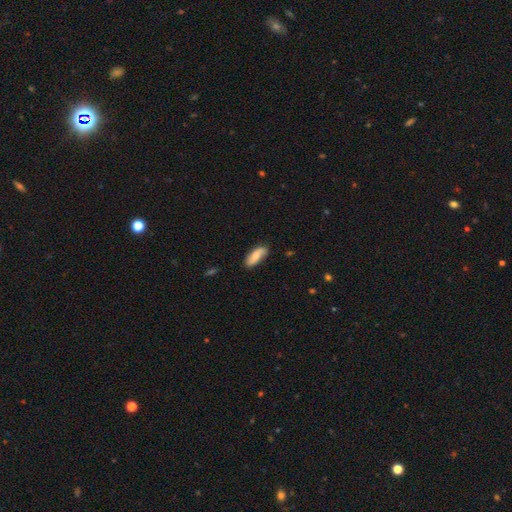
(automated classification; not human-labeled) The model was most divided on "smooth or featured": smooth: 69%, featured or disk: 24%, star or artifact: 6%. More confident: merging — none (78%); how rounded — in between (74%).